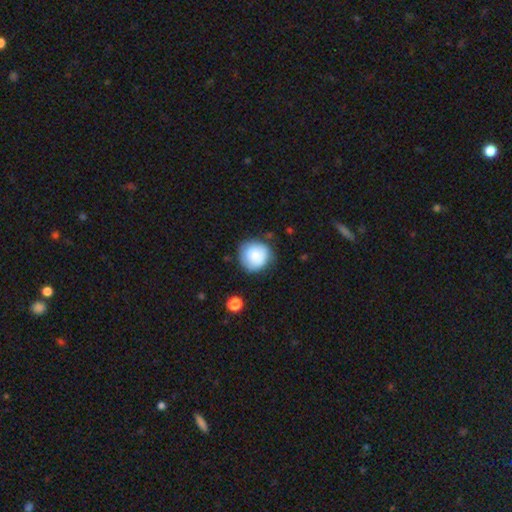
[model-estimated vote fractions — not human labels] smooth_or_featured: smooth (p=0.82) [alt: featured or disk p=0.11]
how_rounded: round (p=0.91) [alt: in between p=0.08]
merging: none (p=0.76) [alt: minor disturbance p=0.17]